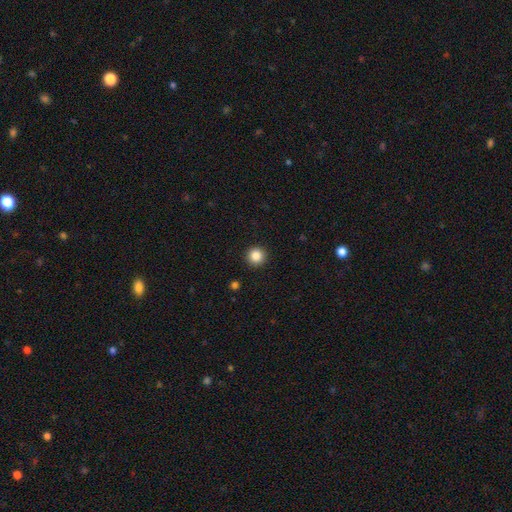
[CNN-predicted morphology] Smooth or featured? Predicted: smooth (p=0.86). How rounded? Predicted: round (p=0.95). Merging? Predicted: none (p=0.93).